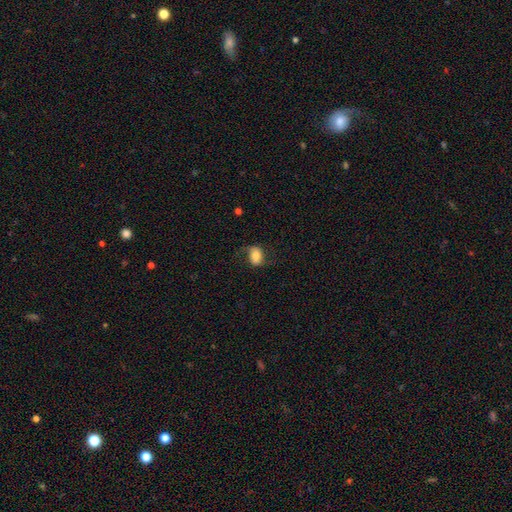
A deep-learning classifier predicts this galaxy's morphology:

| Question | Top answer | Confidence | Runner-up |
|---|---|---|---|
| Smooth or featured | smooth | 54% | featured or disk (37%) |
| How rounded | in between | 77% | round (21%) |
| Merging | none | 64% | minor disturbance (21%) |